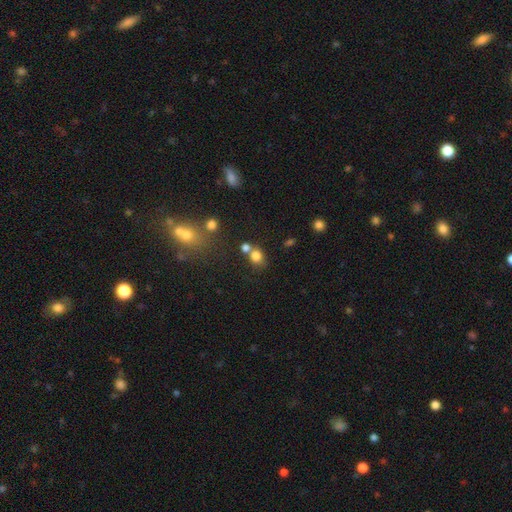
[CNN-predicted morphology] Smooth or featured: smooth — 78% (star or artifact — 14%)
How rounded: round — 66% (in between — 32%)
Merging: none — 52% (merger — 32%)